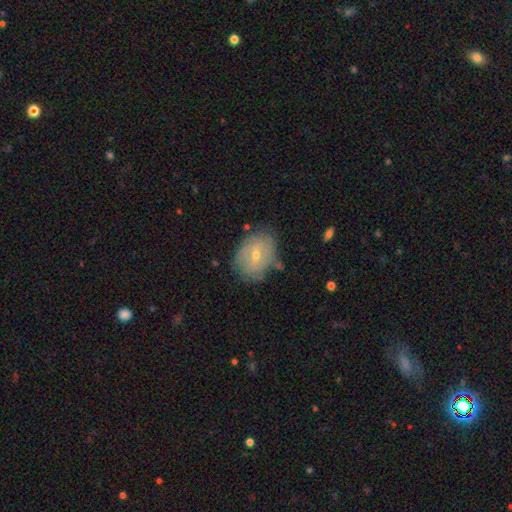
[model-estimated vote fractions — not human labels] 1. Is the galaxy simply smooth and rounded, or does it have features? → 51% featured or disk, 40% smooth, 9% star or artifact.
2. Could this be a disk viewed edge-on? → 94% no, 6% yes.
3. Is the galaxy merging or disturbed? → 73% none, 19% minor disturbance, 5% major disturbance, 2% merger.